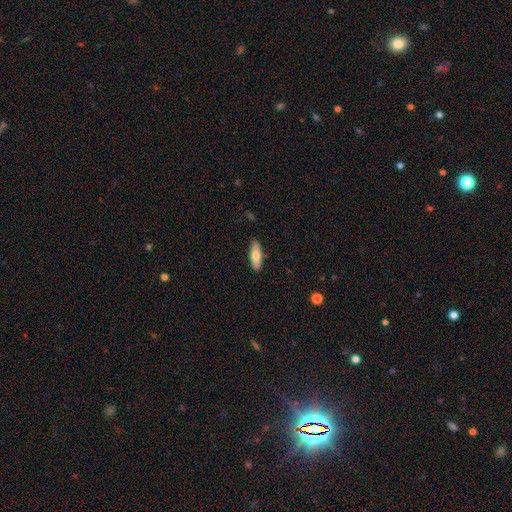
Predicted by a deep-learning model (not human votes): smooth 72%, featured or disk 22%, star or artifact 6%. Down the decision tree: how rounded — in between (56%); merging — none (88%).